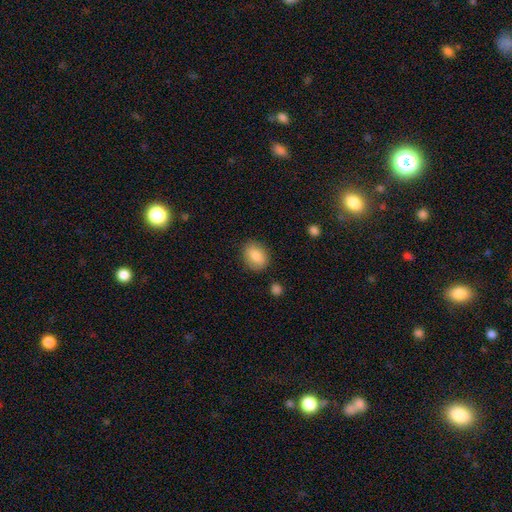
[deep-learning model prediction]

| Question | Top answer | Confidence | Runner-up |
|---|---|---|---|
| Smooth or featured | smooth | 83% | featured or disk (9%) |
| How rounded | in between | 57% | round (42%) |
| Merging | none | 85% | minor disturbance (11%) |